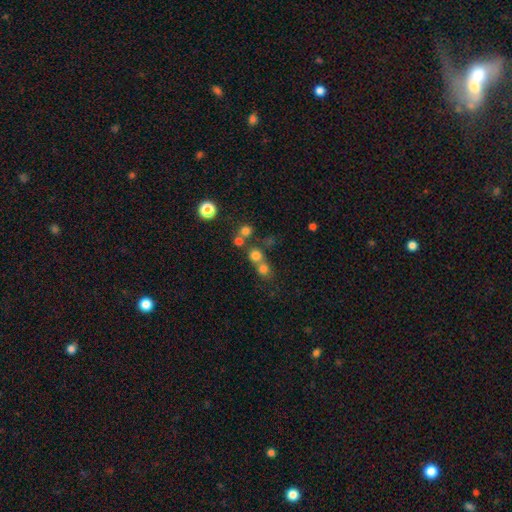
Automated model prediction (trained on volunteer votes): A smooth galaxy with no disk features (70%) that is round (89%).

Vote fractions:
- Smooth or featured? smooth: 70% / star or artifact: 19% / featured or disk: 11%
- How rounded? round: 89% / in between: 10% / cigar-shaped: 1%
- Merging? none: 50% / merger: 41% / minor disturbance: 6% / major disturbance: 4%